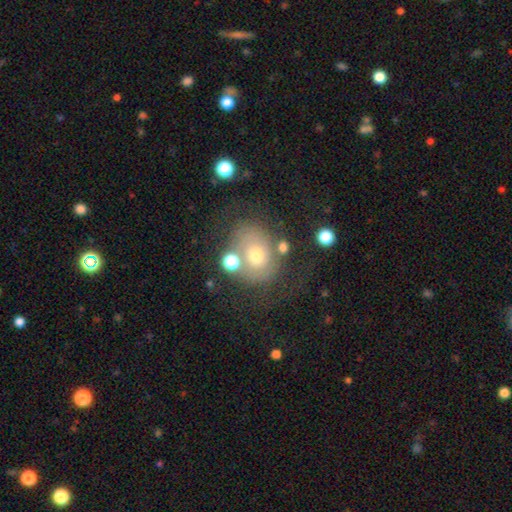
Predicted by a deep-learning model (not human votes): Smooth or featured? featured or disk (46%)
Merging? none (55%)